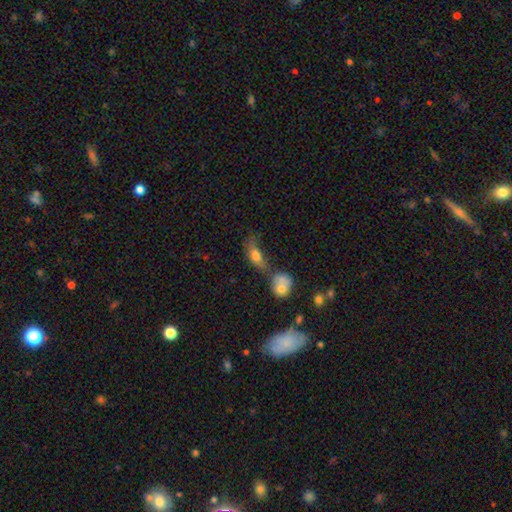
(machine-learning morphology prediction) smooth 69%, featured or disk 22%, star or artifact 10%. Down the decision tree: how rounded — in between (75%); merging — merger (35%).